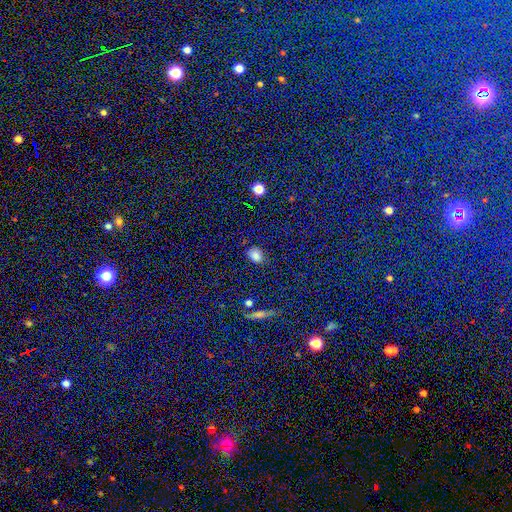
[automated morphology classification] type=smooth (79%); roundness=in between (65%); merging=none (82%).